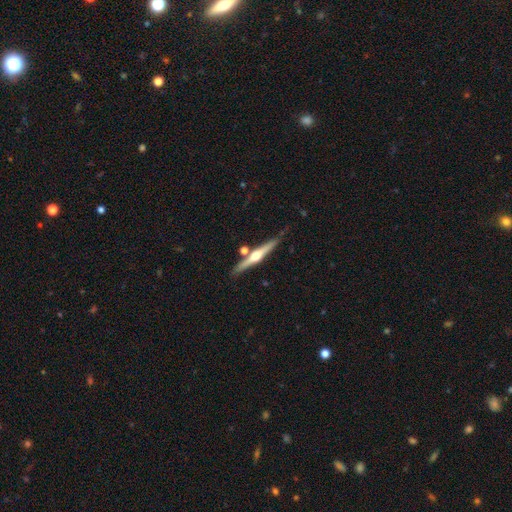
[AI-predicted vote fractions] Overall: featured or disk (73%). Edge-on disk: yes (97%). Edge-on bulge: rounded (93%). Merging: none (80%).